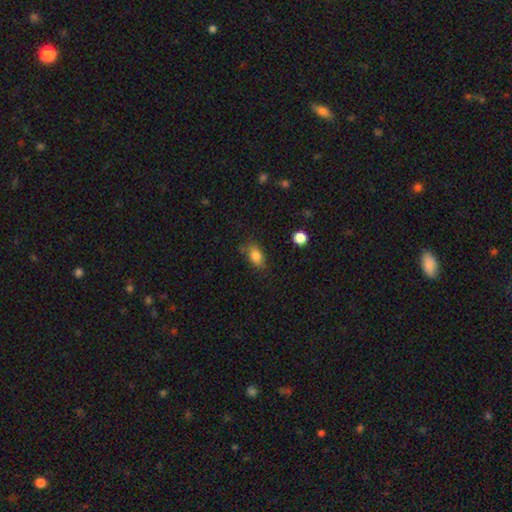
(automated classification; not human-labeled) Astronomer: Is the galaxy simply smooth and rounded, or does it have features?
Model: smooth — 83%.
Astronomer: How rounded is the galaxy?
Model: in between — 84%.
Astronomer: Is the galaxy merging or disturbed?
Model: none — 71%.